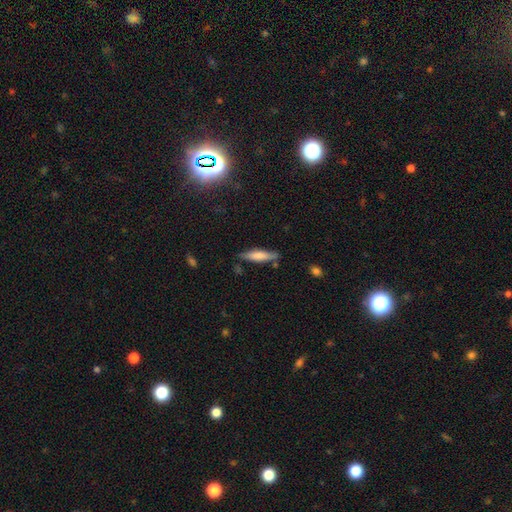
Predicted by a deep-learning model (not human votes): smooth-or-featured: smooth: 54% | featured or disk: 35% | star or artifact: 11%
  how-rounded: cigar-shaped: 77% | in between: 20% | round: 2%
  merging: none: 80% | minor disturbance: 14% | major disturbance: 3% | merger: 3%